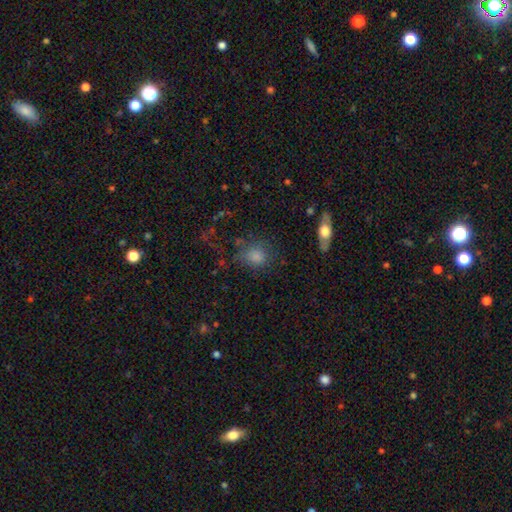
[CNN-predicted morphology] smooth 77%, star or artifact 13%, featured or disk 9%. Down the decision tree: how rounded — round (55%); merging — none (59%).